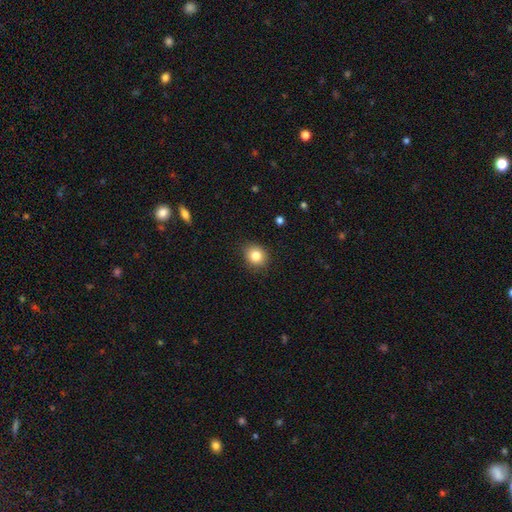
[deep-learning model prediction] A smooth galaxy with no disk features (83%) that is round (71%).

Vote fractions:
- Smooth or featured? smooth: 83% / star or artifact: 10% / featured or disk: 7%
- How rounded? round: 71% / in between: 28% / cigar-shaped: 1%
- Merging? none: 87% / minor disturbance: 10% / major disturbance: 2% / merger: 1%